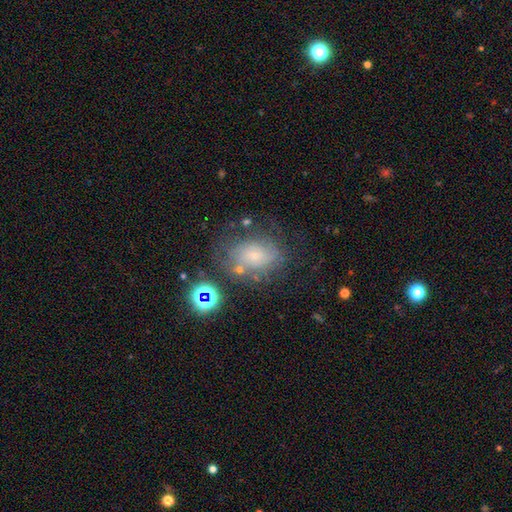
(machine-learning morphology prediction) This appears to be a featured or disk galaxy (46%). Merging: none (57%).